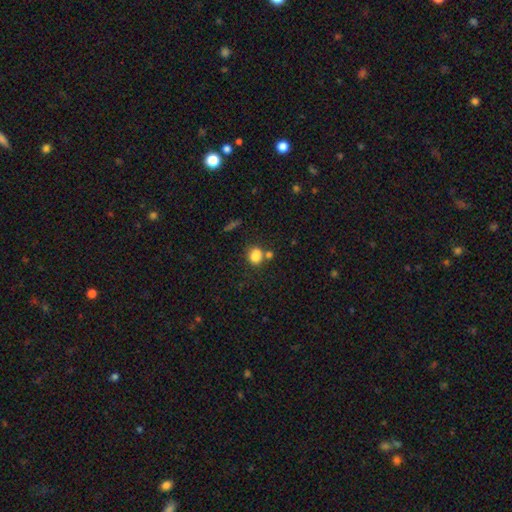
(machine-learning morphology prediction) Smooth or featured: smooth — 80% (star or artifact — 12%)
How rounded: round — 62% (in between — 37%)
Merging: none — 49% (merger — 31%)